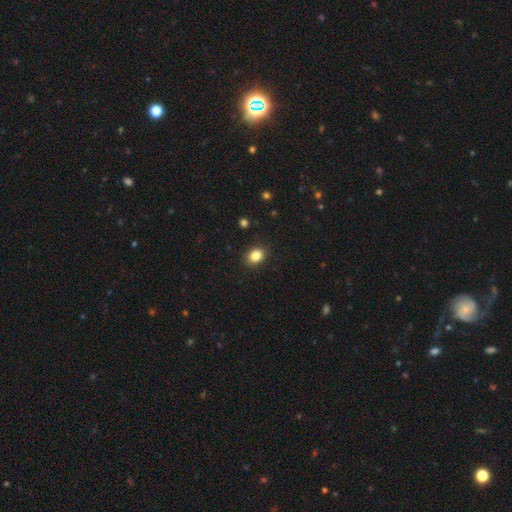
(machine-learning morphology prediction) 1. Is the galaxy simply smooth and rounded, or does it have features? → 85% smooth, 10% star or artifact, 6% featured or disk.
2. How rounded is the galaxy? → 56% in between, 43% round, 1% cigar-shaped.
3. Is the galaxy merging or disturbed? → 89% none, 8% minor disturbance, 2% major disturbance, 1% merger.